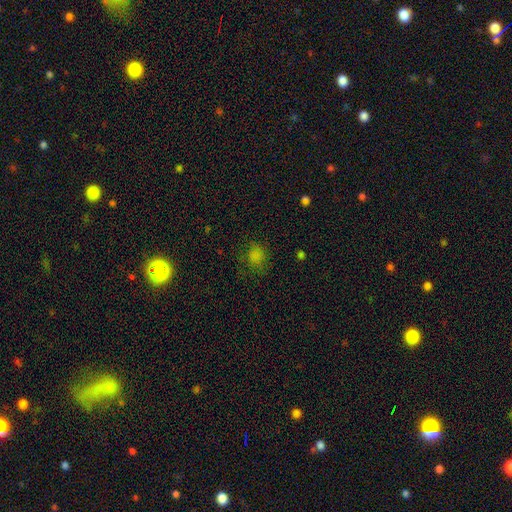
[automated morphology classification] A smooth galaxy with no disk features (78%) that is round (69%).

Vote fractions:
- Smooth or featured? smooth: 78% / star or artifact: 16% / featured or disk: 6%
- How rounded? round: 69% / in between: 30% / cigar-shaped: 1%
- Merging? none: 71% / minor disturbance: 19% / major disturbance: 9% / merger: 1%